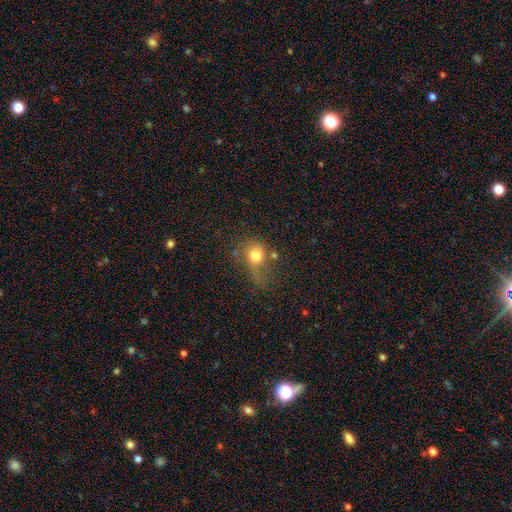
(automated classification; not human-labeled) smooth-or-featured: smooth: 72% | star or artifact: 14% | featured or disk: 14%
  how-rounded: round: 73% | in between: 26% | cigar-shaped: 1%
  merging: none: 40% | major disturbance: 26% | minor disturbance: 24% | merger: 10%